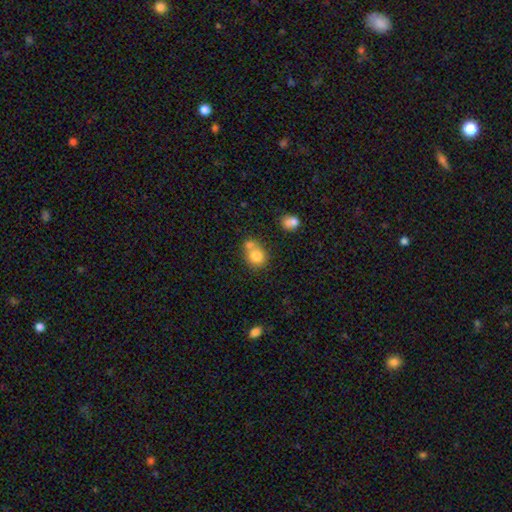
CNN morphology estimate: smooth-or-featured: smooth: 80% | featured or disk: 10% | star or artifact: 10%
  how-rounded: round: 75% | in between: 24% | cigar-shaped: 1%
  merging: none: 43% | merger: 41% | minor disturbance: 11% | major disturbance: 4%